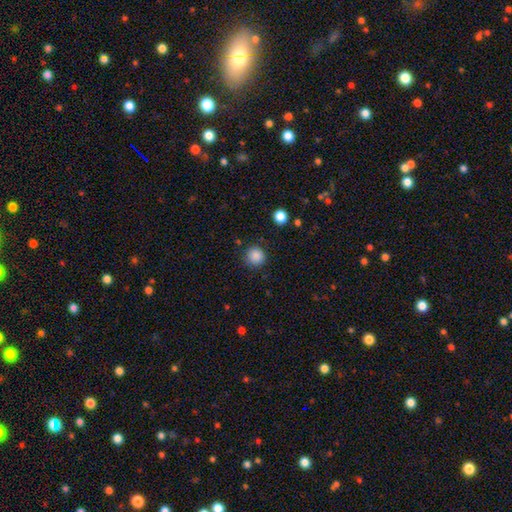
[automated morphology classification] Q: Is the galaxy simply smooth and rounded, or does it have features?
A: smooth — 87%.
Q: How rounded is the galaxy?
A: round — 93%.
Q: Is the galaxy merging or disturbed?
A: none — 88%.